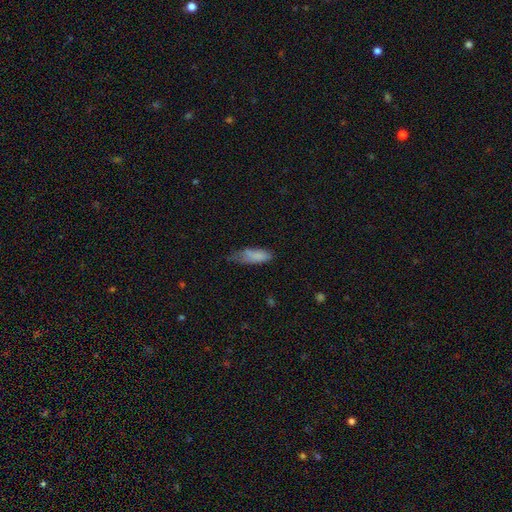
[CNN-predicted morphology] A smooth galaxy with no disk features (78%) that is in between round and cigar-shaped (63%). Merging: minor disturbance (42%).